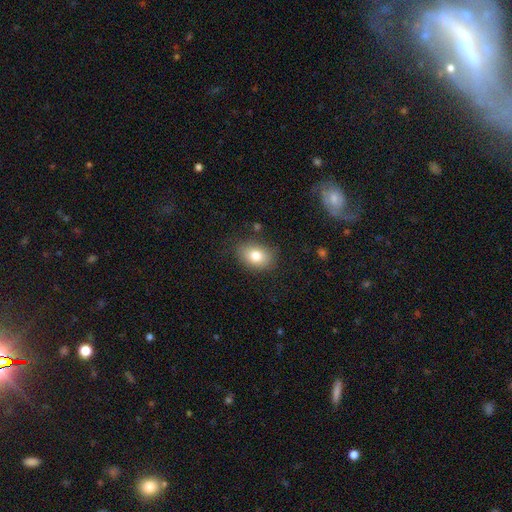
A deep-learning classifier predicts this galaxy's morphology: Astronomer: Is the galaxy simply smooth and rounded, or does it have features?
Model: smooth — 79%.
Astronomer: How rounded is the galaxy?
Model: in between — 78%.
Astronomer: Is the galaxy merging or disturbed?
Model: none — 81%.